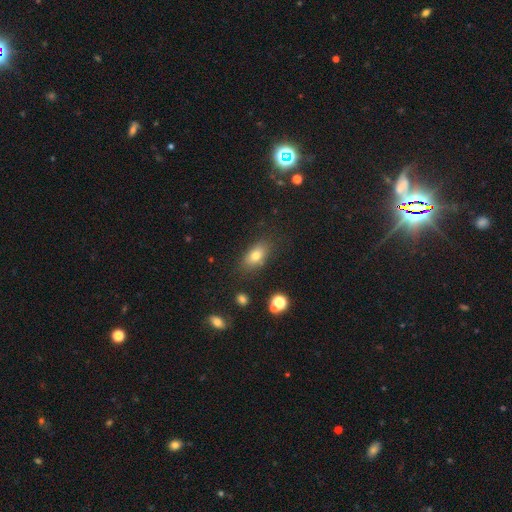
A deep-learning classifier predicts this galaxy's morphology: A smooth galaxy with no disk features (75%) that is in between round and cigar-shaped (85%). Merging: none (79%).